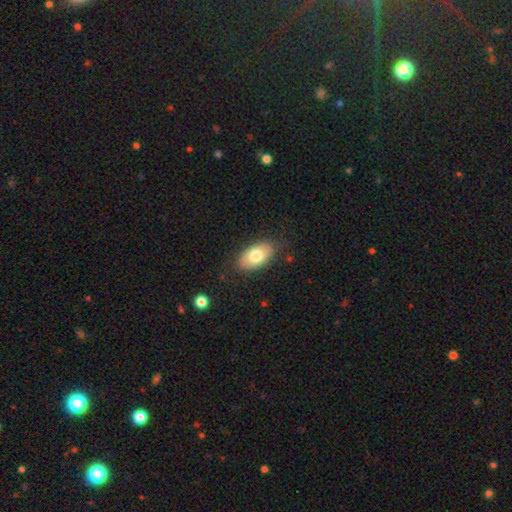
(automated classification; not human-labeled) A smooth galaxy with no disk features (76%) that is in between round and cigar-shaped (94%). Merging: none (83%).